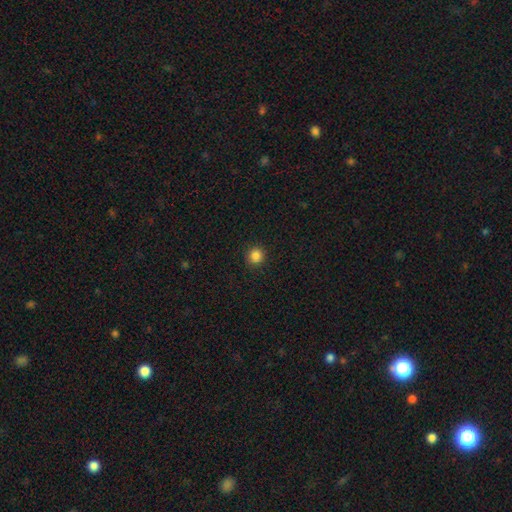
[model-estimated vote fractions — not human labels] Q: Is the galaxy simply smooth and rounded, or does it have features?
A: smooth — 86%.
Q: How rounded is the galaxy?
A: round — 94%.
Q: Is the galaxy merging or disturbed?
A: none — 92%.